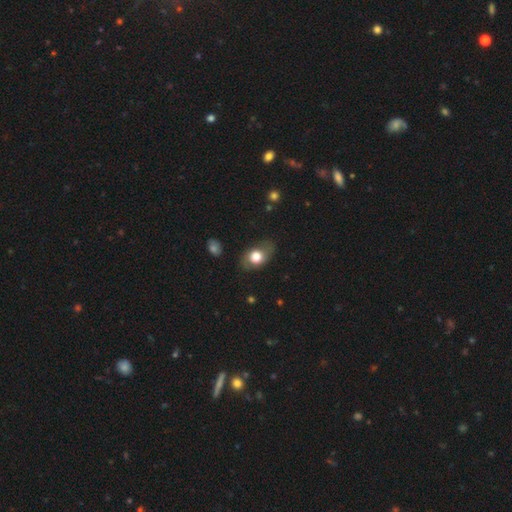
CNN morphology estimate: This appears to be a smooth galaxy with no disk features (71%) that is in between round and cigar-shaped (74%). Merging: none (70%).